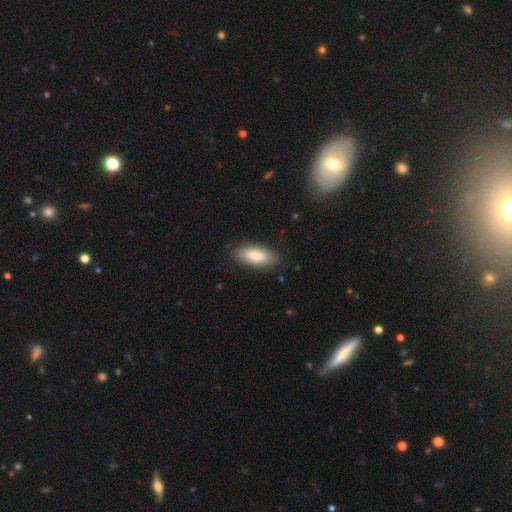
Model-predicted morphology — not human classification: A smooth galaxy with no disk features (85%) that is in between round and cigar-shaped (82%). Merging: none (86%).